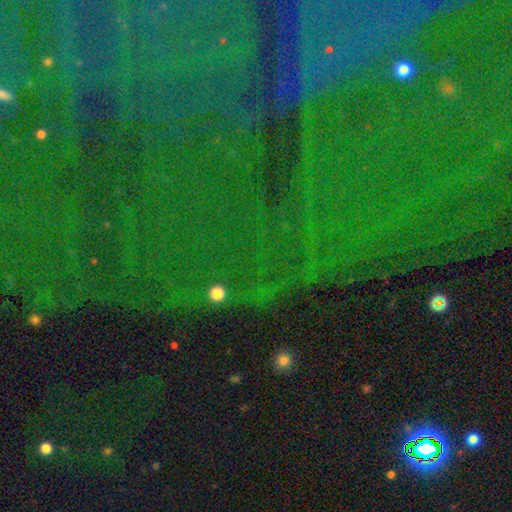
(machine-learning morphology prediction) Smooth or featured? Predicted: star or artifact (p=0.83).